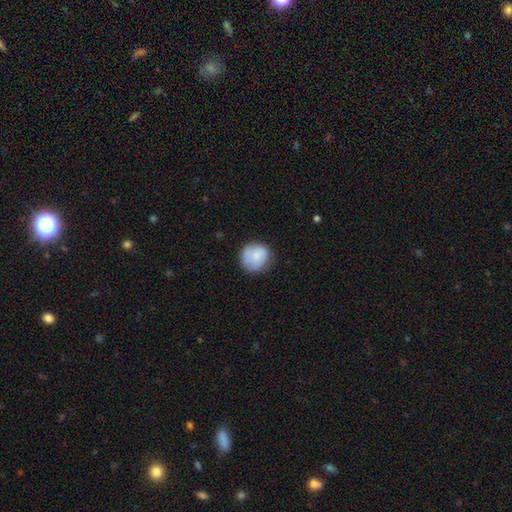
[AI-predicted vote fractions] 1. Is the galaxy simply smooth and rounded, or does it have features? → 79% smooth, 14% featured or disk, 7% star or artifact.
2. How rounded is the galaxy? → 89% round, 10% in between, 1% cigar-shaped.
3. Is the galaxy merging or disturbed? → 74% none, 19% minor disturbance, 5% major disturbance, 2% merger.